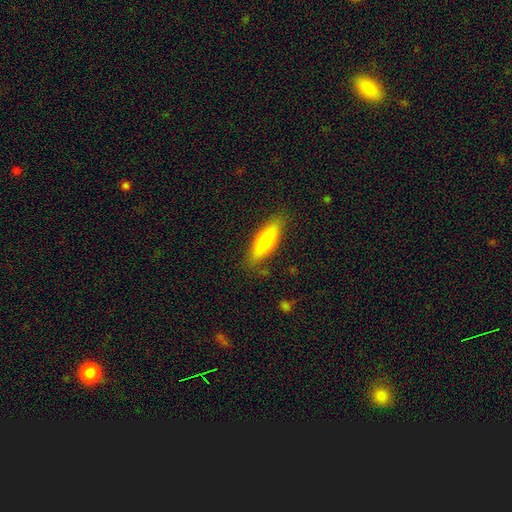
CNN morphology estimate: type=smooth (66%); roundness=in between (52%); merging=none (85%).